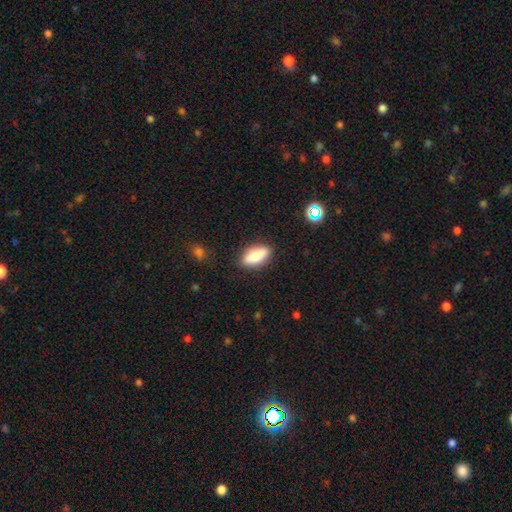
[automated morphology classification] Smooth or featured? Predicted: smooth (p=0.73). How rounded? Predicted: in between (p=0.81). Merging? Predicted: none (p=0.86).